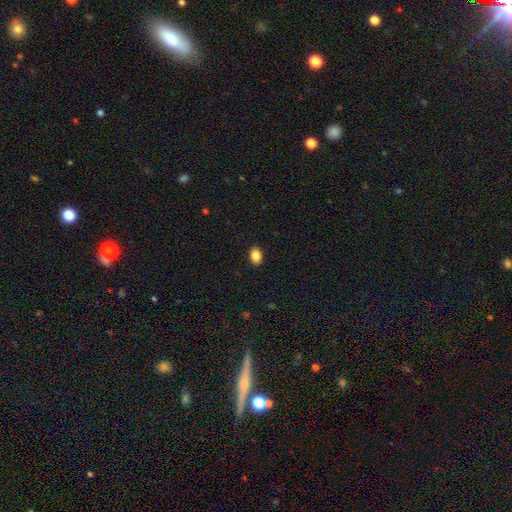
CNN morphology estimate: A smooth galaxy with no disk features (87%) that is in between round and cigar-shaped (81%).

Vote fractions:
- Smooth or featured? smooth: 87% / star or artifact: 9% / featured or disk: 4%
- How rounded? in between: 81% / round: 18% / cigar-shaped: 1%
- Merging? none: 90% / minor disturbance: 7% / major disturbance: 2% / merger: 1%